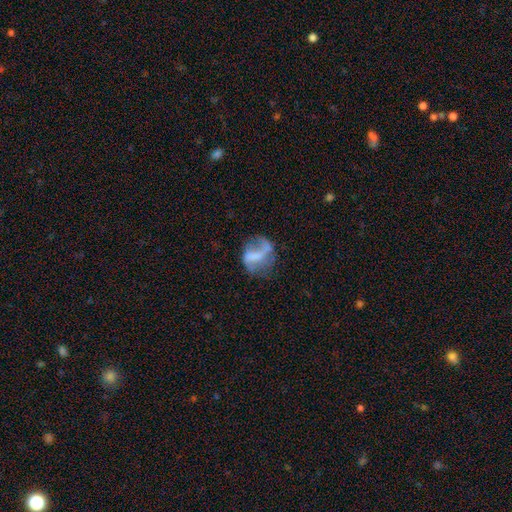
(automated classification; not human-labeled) Morphology: type=featured or disk (61%); edge-on=no (97%); bar=no (35%); spiral arms=yes (62%); bulge=none (58%); merging=none (41%).